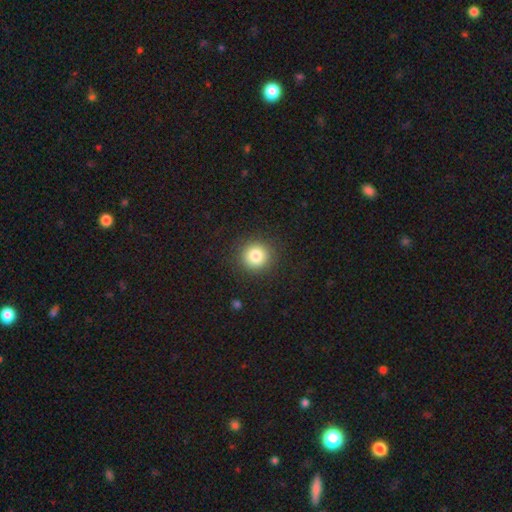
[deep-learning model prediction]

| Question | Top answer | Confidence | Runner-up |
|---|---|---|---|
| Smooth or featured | smooth | 83% | star or artifact (11%) |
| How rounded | round | 94% | in between (5%) |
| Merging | none | 91% | minor disturbance (6%) |